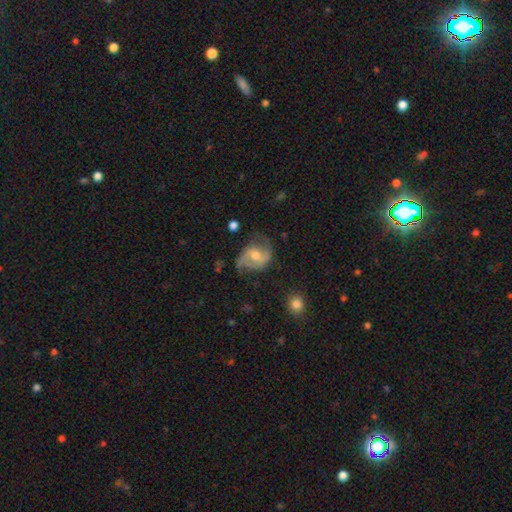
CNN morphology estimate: Q: Smooth or featured?
A: featured or disk (78%); runner-up: smooth (15%)
Q: Edge-on disk?
A: no (97%); runner-up: yes (3%)
Q: Bar?
A: weak (47%); runner-up: no (42%)
Q: Spiral arms?
A: yes (93%); runner-up: no (7%)
Q: Spiral winding?
A: medium (47%); runner-up: loose (37%)
Q: Spiral arm count?
A: 2 (83%); runner-up: can't tell (7%)
Q: Bulge size?
A: moderate (63%); runner-up: small (27%)
Q: Merging?
A: none (60%); runner-up: minor disturbance (24%)